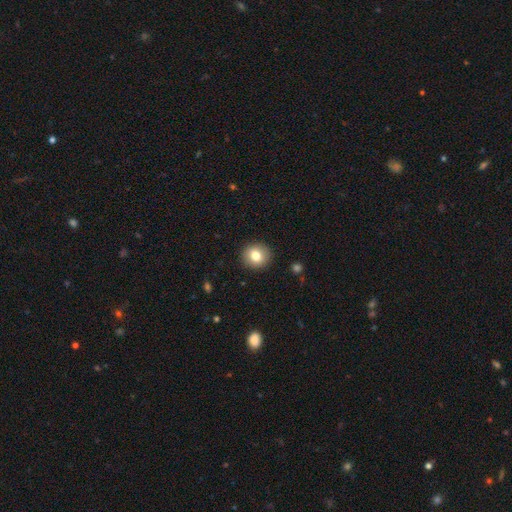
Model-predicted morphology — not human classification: A smooth galaxy with no disk features (80%) that is round (88%). Merging: none (91%).